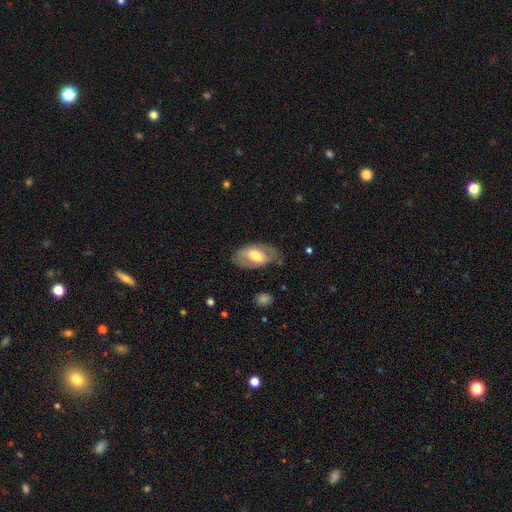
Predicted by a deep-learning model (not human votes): featured or disk 48%, smooth 46%, star or artifact 6%. Down the decision tree: merging — none (70%).